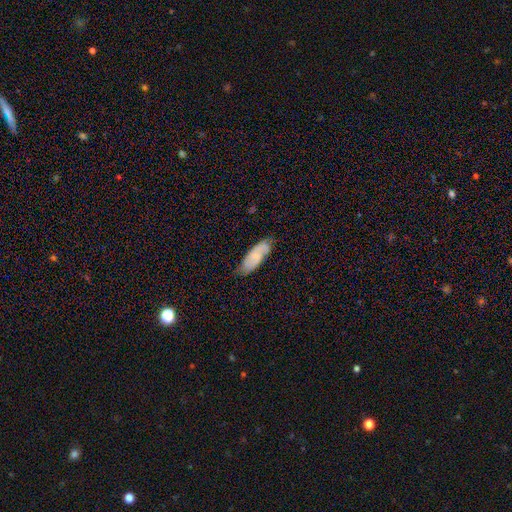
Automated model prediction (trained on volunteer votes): Morphology: type=smooth (50%); roundness=in between (70%); merging=none (74%).